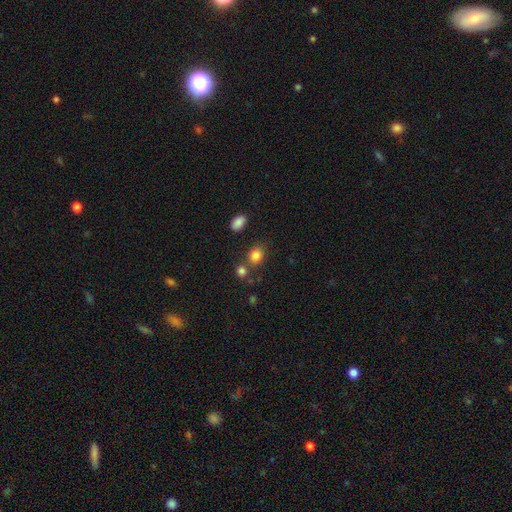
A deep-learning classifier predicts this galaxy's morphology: This appears to be a smooth galaxy with no disk features (83%) that is round (56%). Merging: none (67%).